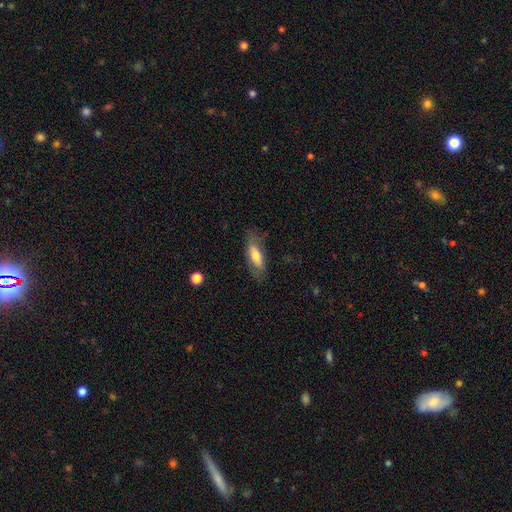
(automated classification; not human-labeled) smooth 64%, featured or disk 30%, star or artifact 6%. Down the decision tree: how rounded — in between (64%); merging — none (71%).